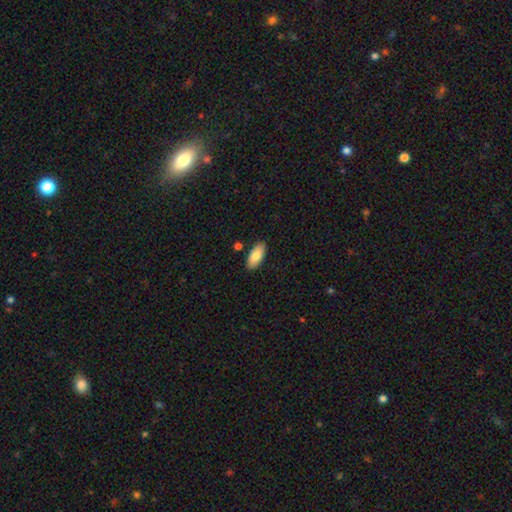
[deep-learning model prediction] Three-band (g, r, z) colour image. It shows a smooth galaxy with no disk features (83%) that is in between round and cigar-shaped (89%). Merging: none (87%).